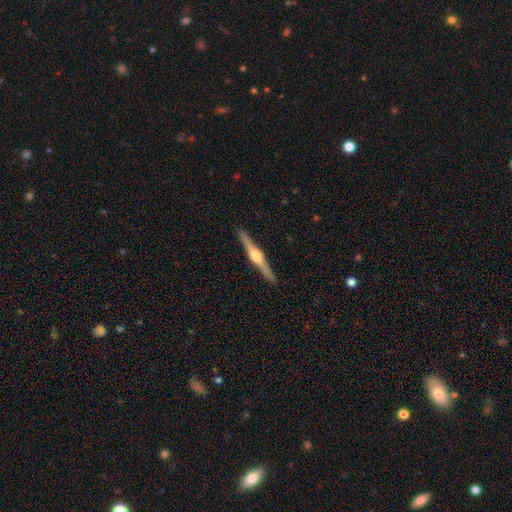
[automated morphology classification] Smooth or featured?
  - featured or disk: 81% *
  - smooth: 15%
  - star or artifact: 5%
Edge-on disk?
  - yes: 98% *
  - no: 2%
Edge-on bulge?
  - rounded: 93% *
  - boxy: 5%
  - none: 2%
Merging?
  - none: 92% *
  - minor disturbance: 6%
  - major disturbance: 1%
  - merger: 1%